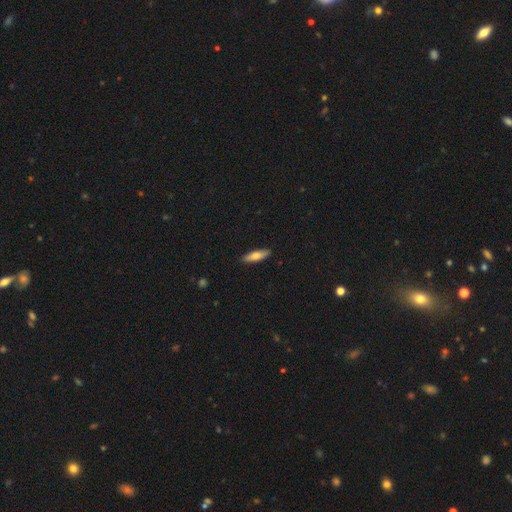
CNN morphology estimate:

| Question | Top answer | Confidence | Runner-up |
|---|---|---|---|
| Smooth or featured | smooth | 68% | featured or disk (26%) |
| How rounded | cigar-shaped | 60% | in between (38%) |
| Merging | none | 90% | minor disturbance (8%) |